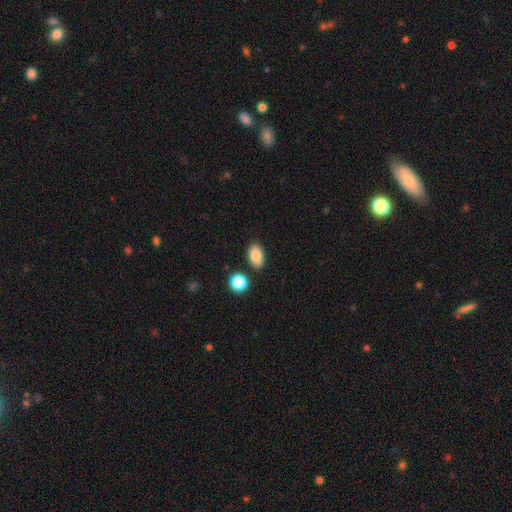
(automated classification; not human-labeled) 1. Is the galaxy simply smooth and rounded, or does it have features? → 87% smooth, 8% star or artifact, 4% featured or disk.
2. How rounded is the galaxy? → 90% in between, 8% round, 2% cigar-shaped.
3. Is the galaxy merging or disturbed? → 85% none, 9% minor disturbance, 4% merger, 2% major disturbance.